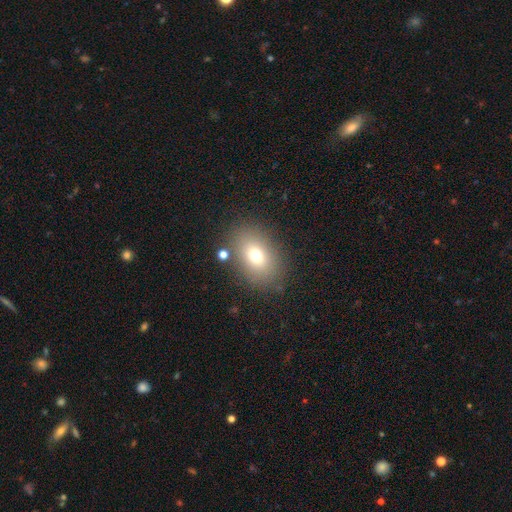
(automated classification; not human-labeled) Overall: smooth (72%). How rounded: in between (76%). Merging: none (81%).